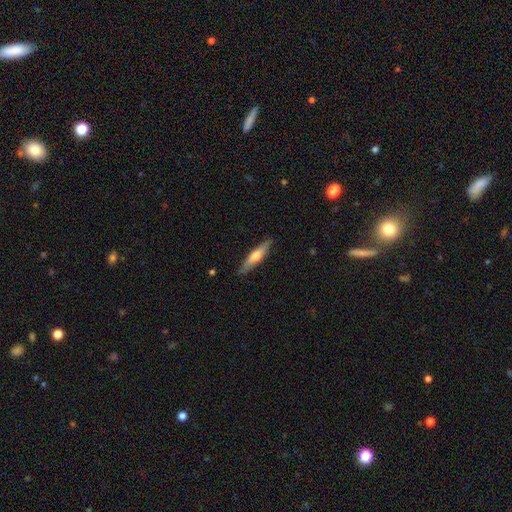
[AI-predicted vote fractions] Smooth or featured: smooth — 50% (featured or disk — 44%)
How rounded: cigar-shaped — 82% (in between — 16%)
Merging: none — 88% (minor disturbance — 9%)